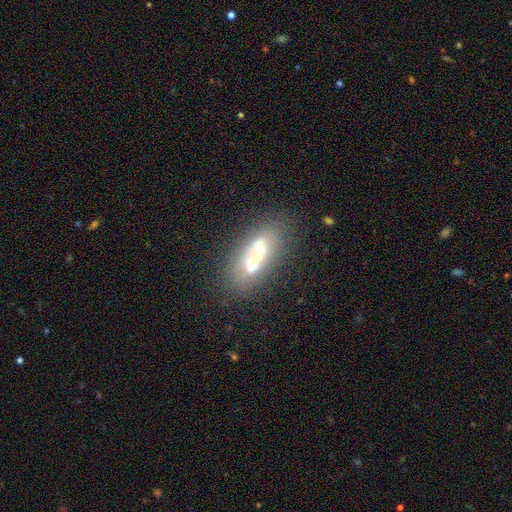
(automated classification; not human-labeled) smooth_or_featured: featured or disk (p=0.48) [alt: smooth p=0.39]
merging: none (p=0.49) [alt: merger p=0.24]